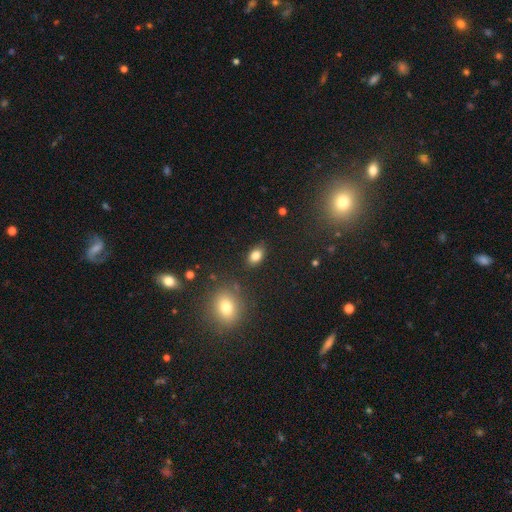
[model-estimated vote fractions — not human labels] smooth_or_featured: smooth (p=0.82) [alt: star or artifact p=0.10]
how_rounded: in between (p=0.83) [alt: round p=0.15]
merging: none (p=0.85) [alt: minor disturbance p=0.10]